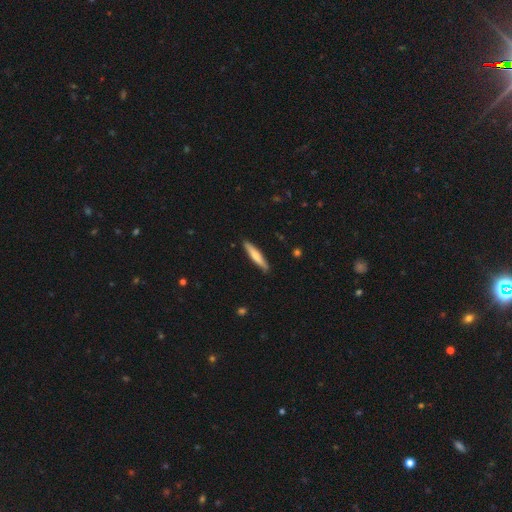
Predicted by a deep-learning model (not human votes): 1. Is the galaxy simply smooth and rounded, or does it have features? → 62% smooth, 33% featured or disk, 5% star or artifact.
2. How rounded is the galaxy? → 90% cigar-shaped, 9% in between, 1% round.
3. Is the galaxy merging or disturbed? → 88% none, 9% minor disturbance, 2% major disturbance, 1% merger.